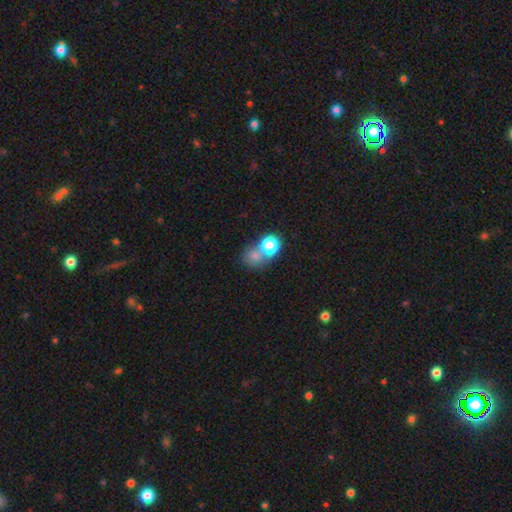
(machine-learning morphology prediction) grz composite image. It shows a smooth galaxy with no disk features (70%) that is round (70%). Merging: merger (45%).